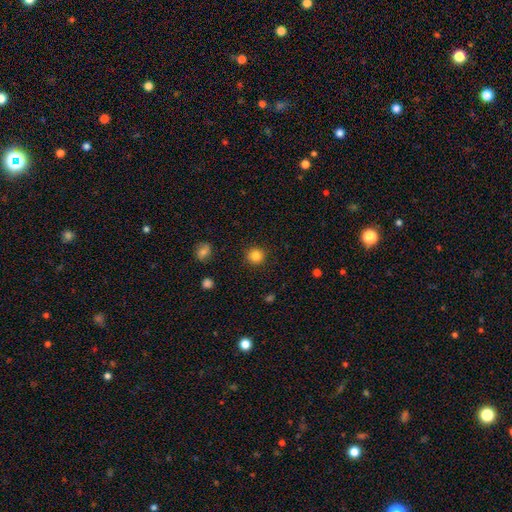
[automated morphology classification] Q: Smooth or featured?
A: smooth (84%); runner-up: star or artifact (11%)
Q: How rounded?
A: round (94%); runner-up: in between (5%)
Q: Merging?
A: none (91%); runner-up: minor disturbance (6%)